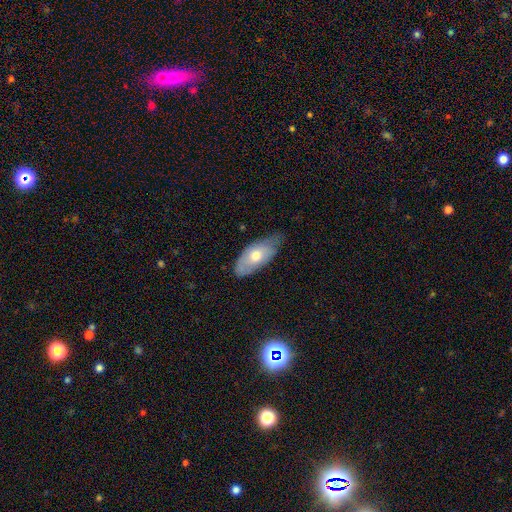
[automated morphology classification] A smooth galaxy with no disk features (60%) that is in between round and cigar-shaped (88%).

Vote fractions:
- Smooth or featured? smooth: 60% / featured or disk: 33% / star or artifact: 7%
- How rounded? in between: 88% / cigar-shaped: 9% / round: 3%
- Merging? none: 58% / minor disturbance: 34% / major disturbance: 6% / merger: 1%